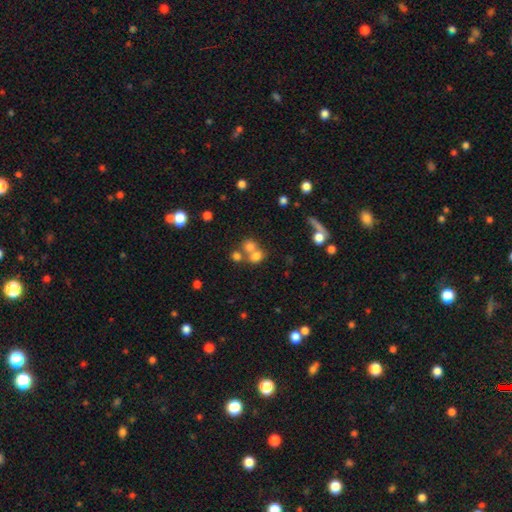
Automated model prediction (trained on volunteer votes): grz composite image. It shows a smooth galaxy with no disk features (69%) that is round (71%). Merging: merger (51%).